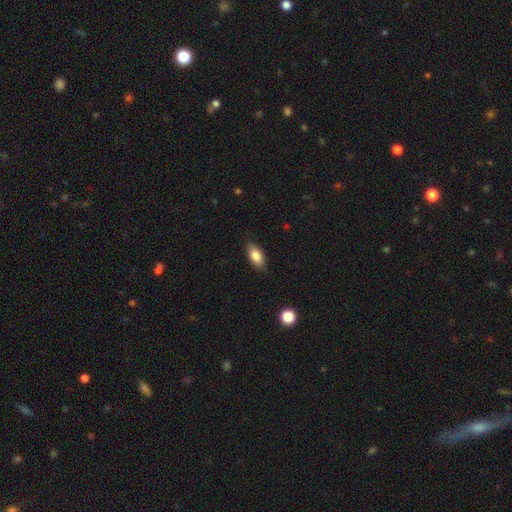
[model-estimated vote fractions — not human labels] Smooth or featured? Predicted: smooth (p=0.83). How rounded? Predicted: in between (p=0.89). Merging? Predicted: none (p=0.85).